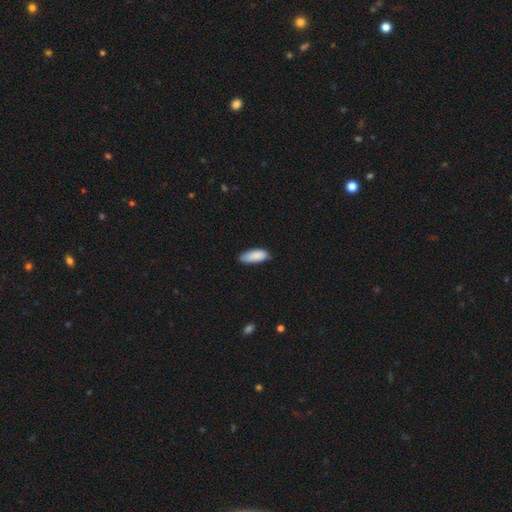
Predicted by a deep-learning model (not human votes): smooth_or_featured: smooth (p=0.89) [alt: star or artifact p=0.06]
how_rounded: in between (p=0.81) [alt: cigar-shaped p=0.17]
merging: none (p=0.72) [alt: minor disturbance p=0.24]